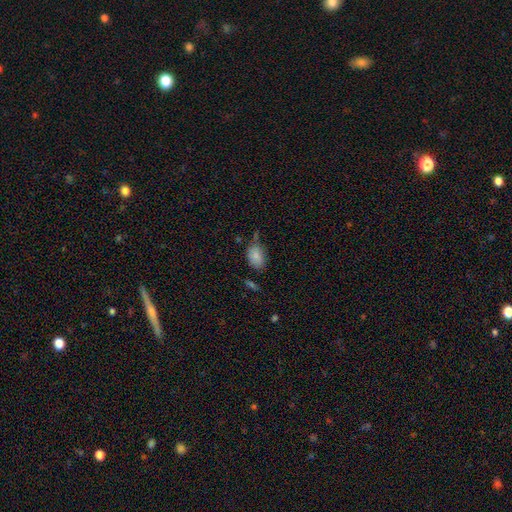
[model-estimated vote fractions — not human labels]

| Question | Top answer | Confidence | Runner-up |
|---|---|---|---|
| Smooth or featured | smooth | 84% | star or artifact (9%) |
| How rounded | in between | 84% | round (15%) |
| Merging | none | 58% | minor disturbance (28%) |